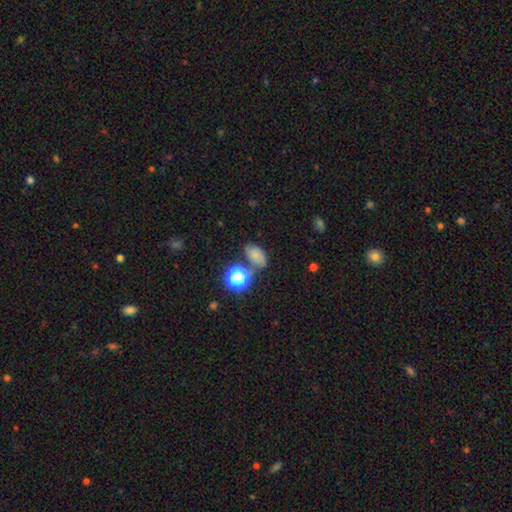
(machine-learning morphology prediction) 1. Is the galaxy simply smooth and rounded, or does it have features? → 62% smooth, 20% star or artifact, 17% featured or disk.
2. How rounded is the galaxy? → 80% in between, 19% round, 2% cigar-shaped.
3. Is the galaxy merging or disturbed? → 57% none, 21% minor disturbance, 15% merger, 8% major disturbance.